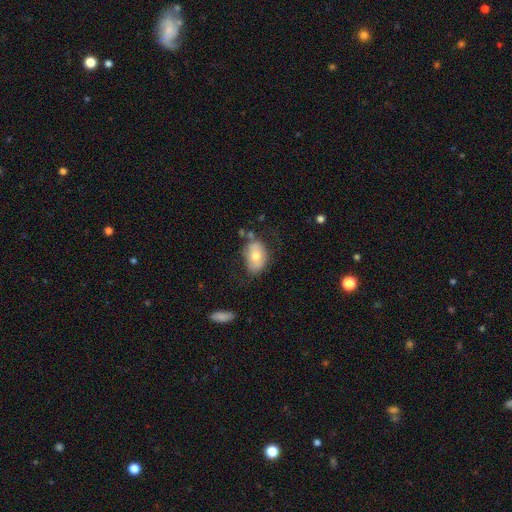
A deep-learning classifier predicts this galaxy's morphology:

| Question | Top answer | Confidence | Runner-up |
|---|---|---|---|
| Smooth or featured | smooth | 67% | featured or disk (25%) |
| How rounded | in between | 85% | round (14%) |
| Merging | none | 60% | minor disturbance (25%) |